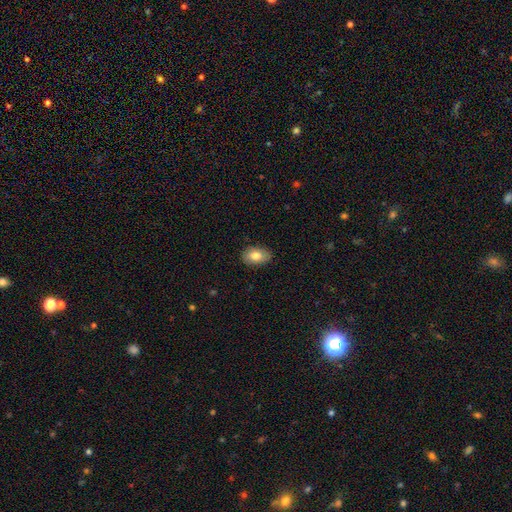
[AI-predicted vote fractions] This appears to be a smooth galaxy with no disk features (81%) that is in between round and cigar-shaped (86%). Merging: none (86%).